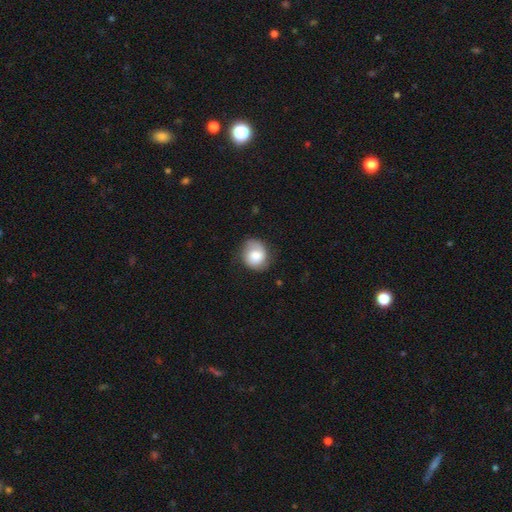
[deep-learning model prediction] Morphology: type=smooth (67%); roundness=round (73%); merging=none (68%).